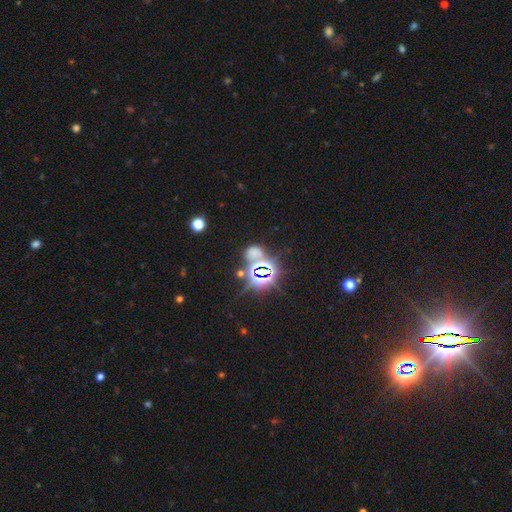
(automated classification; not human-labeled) Smooth or featured? Predicted: star or artifact (p=0.60).